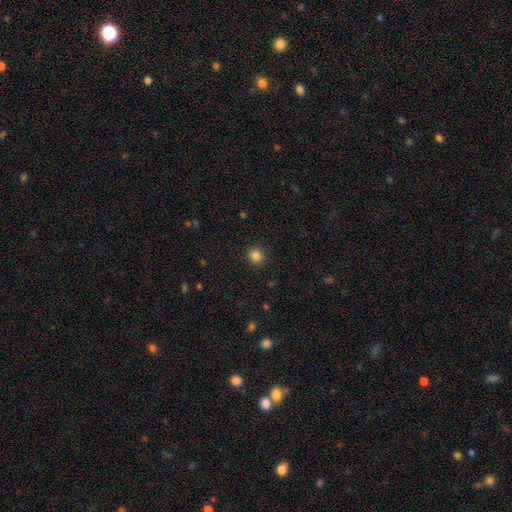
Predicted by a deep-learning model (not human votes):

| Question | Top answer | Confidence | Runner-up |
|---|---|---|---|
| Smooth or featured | smooth | 85% | star or artifact (11%) |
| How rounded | round | 92% | in between (7%) |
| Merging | none | 91% | minor disturbance (6%) |